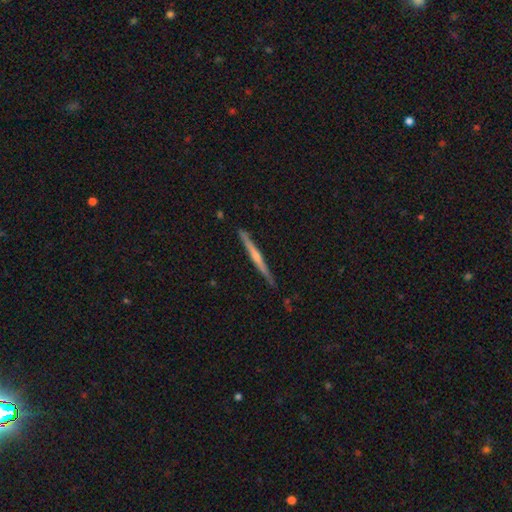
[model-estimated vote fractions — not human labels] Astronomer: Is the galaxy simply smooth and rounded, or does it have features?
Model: featured or disk — 70%.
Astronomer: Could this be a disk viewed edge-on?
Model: yes — 98%.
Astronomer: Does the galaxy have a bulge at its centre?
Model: rounded — 64%.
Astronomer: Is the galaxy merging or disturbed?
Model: none — 89%.